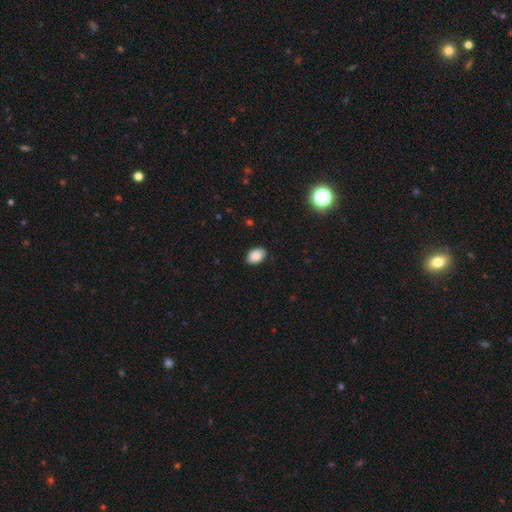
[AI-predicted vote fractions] This appears to be a smooth galaxy with no disk features (86%) that is in between round and cigar-shaped (85%). Merging: none (82%).